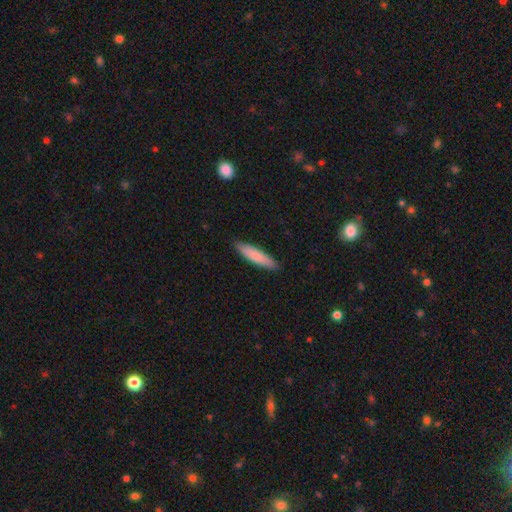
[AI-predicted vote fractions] Smooth or featured? Predicted: smooth (p=0.81). How rounded? Predicted: cigar-shaped (p=0.80). Merging? Predicted: none (p=0.89).